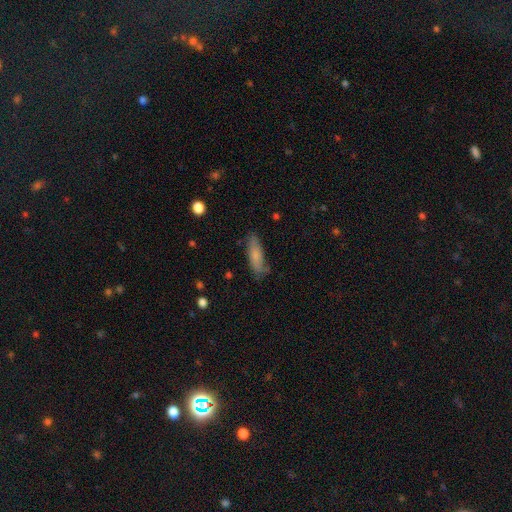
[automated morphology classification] smooth_or_featured: smooth (p=0.72) [alt: featured or disk p=0.21]
how_rounded: cigar-shaped (p=0.51) [alt: in between p=0.47]
merging: none (p=0.72) [alt: minor disturbance p=0.21]